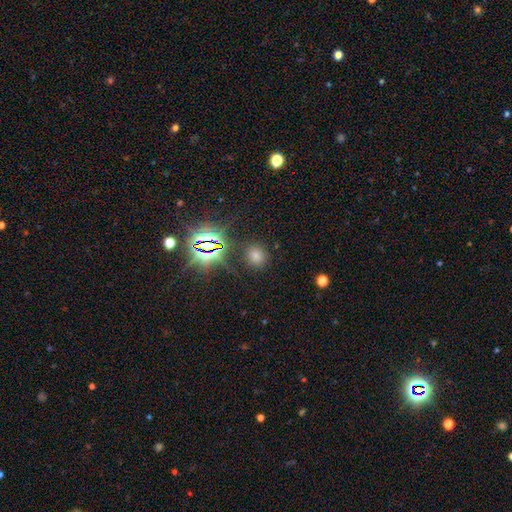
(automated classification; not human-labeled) This is likely a smooth galaxy (64%). How rounded: likely round (76%). Merging: clearly none (83%).